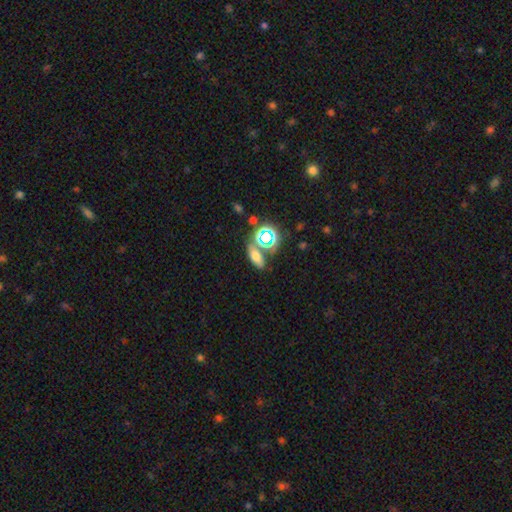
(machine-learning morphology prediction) Smooth or featured: smooth — 58% (star or artifact — 28%)
How rounded: in between — 71% (round — 15%)
Merging: none — 69% (merger — 17%)